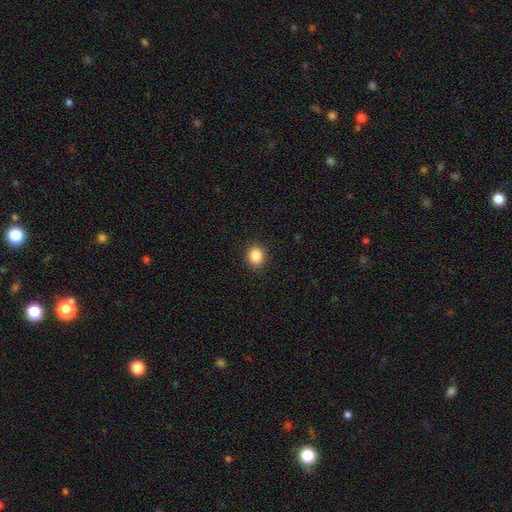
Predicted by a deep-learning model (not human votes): A smooth galaxy with no disk features (87%) that is round (62%). Merging: none (90%).